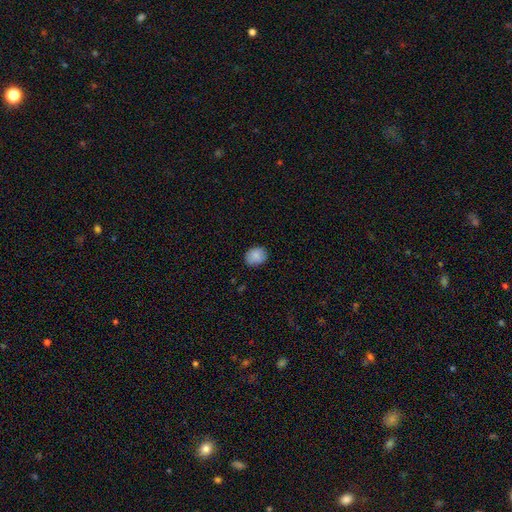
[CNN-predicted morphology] A smooth galaxy with no disk features (87%) that is round (55%).

Vote fractions:
- Smooth or featured? smooth: 87% / star or artifact: 8% / featured or disk: 5%
- How rounded? round: 55% / in between: 44% / cigar-shaped: 1%
- Merging? none: 84% / minor disturbance: 12% / major disturbance: 2% / merger: 1%